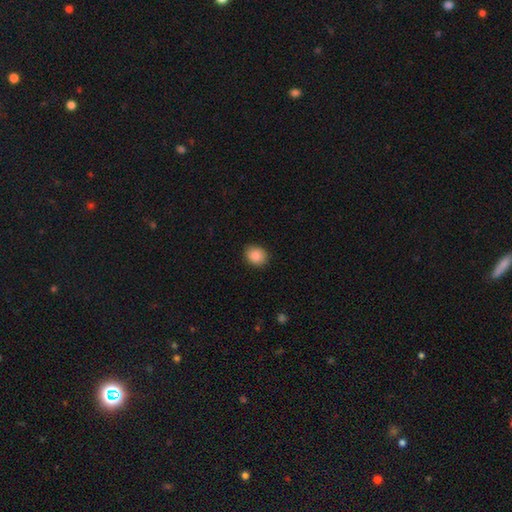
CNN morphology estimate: Q: Smooth or featured?
A: smooth (87%); runner-up: star or artifact (8%)
Q: How rounded?
A: round (67%); runner-up: in between (32%)
Q: Merging?
A: none (90%); runner-up: minor disturbance (8%)